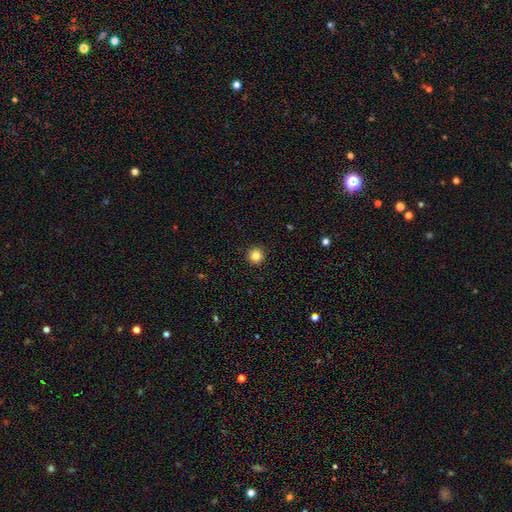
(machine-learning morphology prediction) This is clearly a smooth galaxy (84%). How rounded: clearly round (96%). Merging: clearly none (93%).